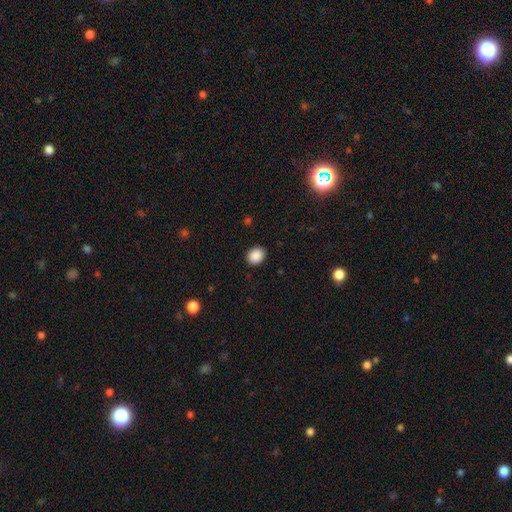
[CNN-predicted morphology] type=smooth (89%); roundness=round (57%); merging=none (90%).